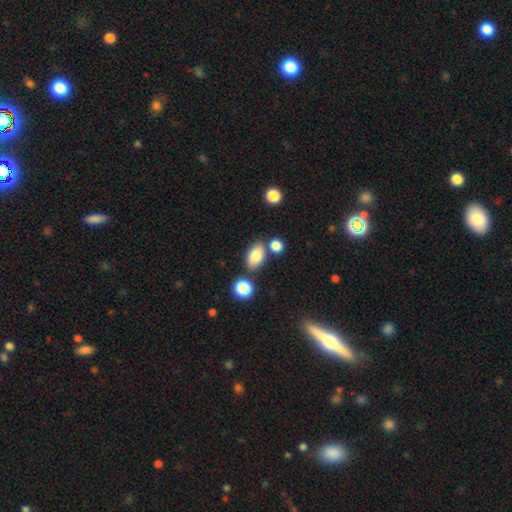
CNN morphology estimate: Overall: smooth (83%). How rounded: in between (88%). Merging: none (73%).